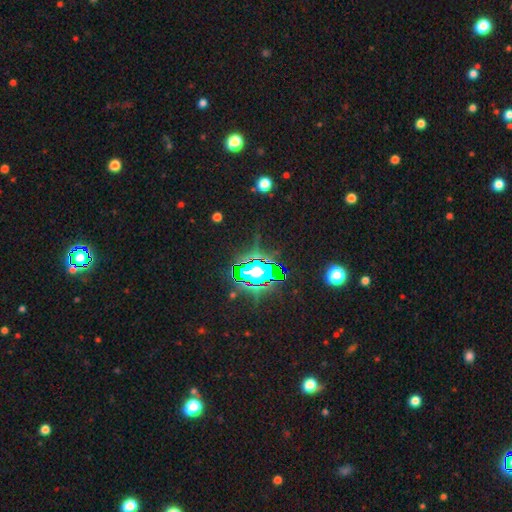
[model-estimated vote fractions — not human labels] Smooth or featured?
  - star or artifact: 76% *
  - smooth: 14%
  - featured or disk: 10%